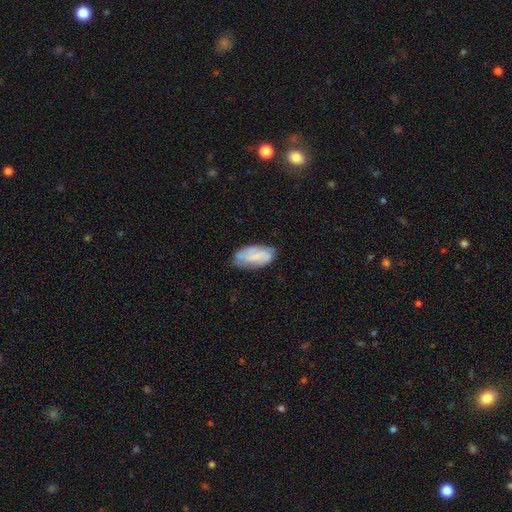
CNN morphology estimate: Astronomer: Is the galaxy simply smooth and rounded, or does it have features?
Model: smooth — 54% (runner-up: featured or disk, 39%).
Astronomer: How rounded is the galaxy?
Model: in between — 90%.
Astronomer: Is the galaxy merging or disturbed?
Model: none — 64%.